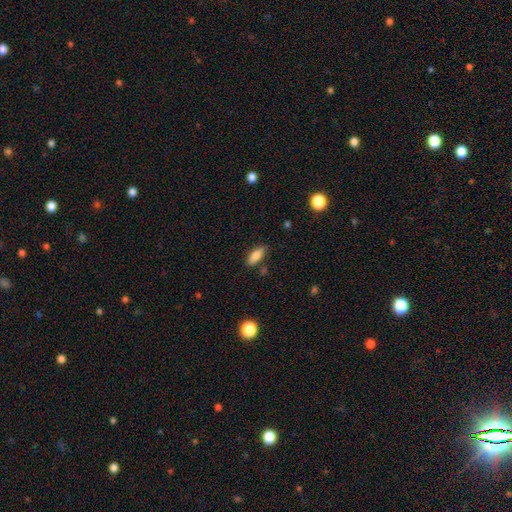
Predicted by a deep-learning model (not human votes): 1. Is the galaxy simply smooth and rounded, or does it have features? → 82% smooth, 11% featured or disk, 7% star or artifact.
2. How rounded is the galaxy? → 80% in between, 17% cigar-shaped, 3% round.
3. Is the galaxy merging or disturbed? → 80% none, 14% minor disturbance, 3% merger, 3% major disturbance.